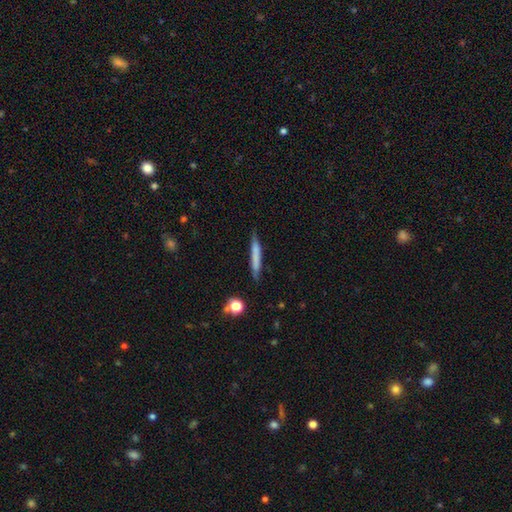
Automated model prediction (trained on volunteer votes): Overall: smooth (67%). How rounded: cigar-shaped (94%). Merging: none (82%).